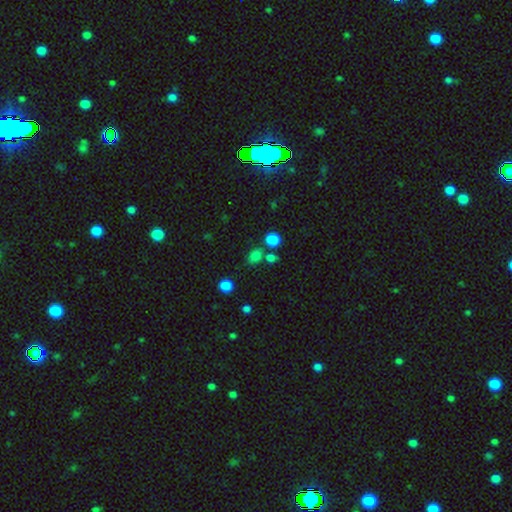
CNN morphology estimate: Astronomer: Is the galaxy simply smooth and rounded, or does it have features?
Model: smooth — 77%.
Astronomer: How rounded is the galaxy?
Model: round — 57% (runner-up: in between, 42%).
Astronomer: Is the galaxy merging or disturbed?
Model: none — 66%.